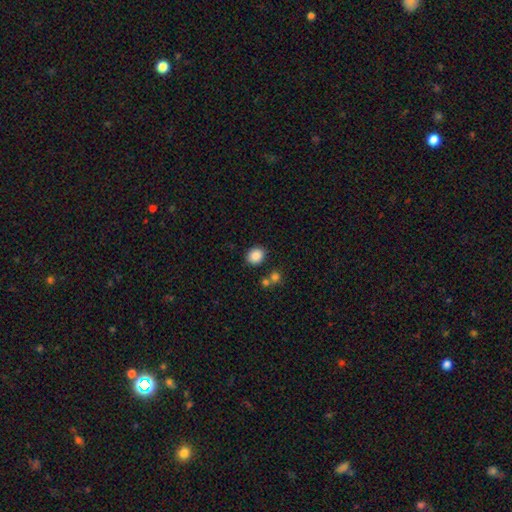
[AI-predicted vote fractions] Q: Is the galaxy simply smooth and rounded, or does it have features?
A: smooth — 87%.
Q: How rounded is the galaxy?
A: round — 66%.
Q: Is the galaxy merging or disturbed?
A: none — 83%.